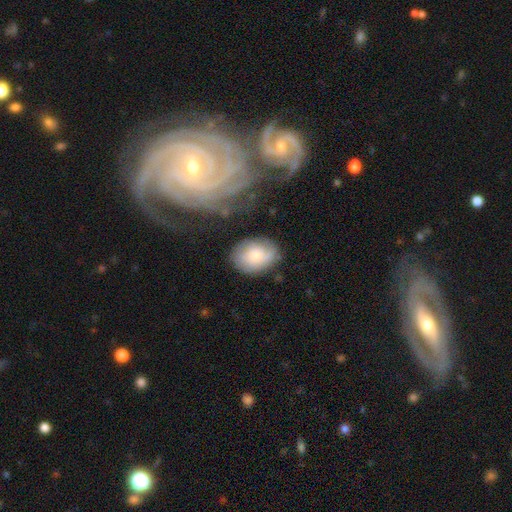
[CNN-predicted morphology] Smooth or featured? Predicted: smooth (p=0.68). How rounded? Predicted: in between (p=0.71). Merging? Predicted: none (p=0.72).